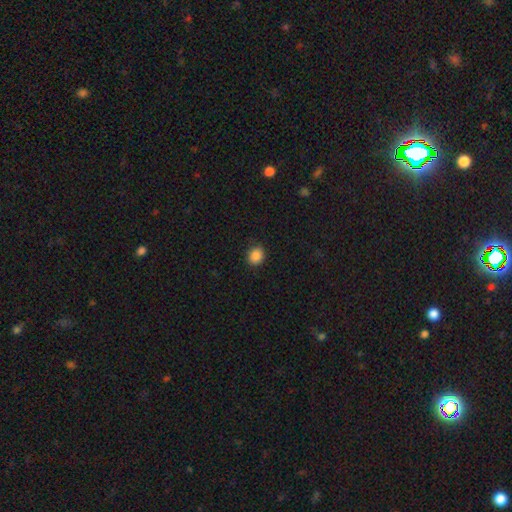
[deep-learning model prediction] Q: Smooth or featured?
A: smooth (87%); runner-up: star or artifact (10%)
Q: How rounded?
A: round (76%); runner-up: in between (23%)
Q: Merging?
A: none (88%); runner-up: minor disturbance (9%)